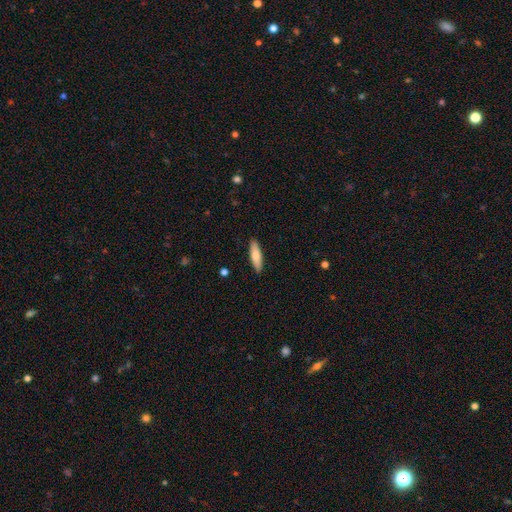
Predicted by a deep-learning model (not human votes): A smooth galaxy with no disk features (76%) that is cigar-shaped (64%). Merging: none (90%).